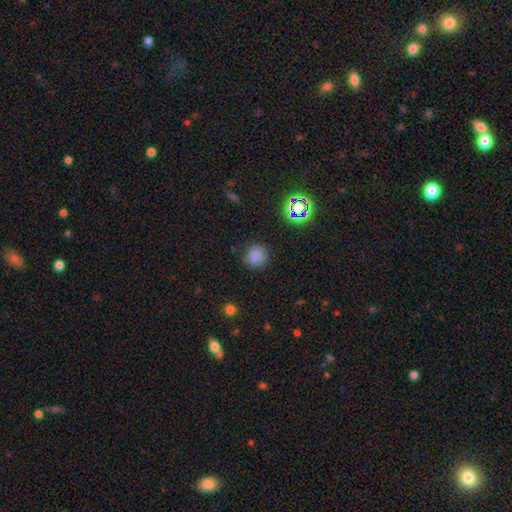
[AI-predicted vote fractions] This appears to be a smooth galaxy with no disk features (78%) that is round (91%). Merging: none (84%).